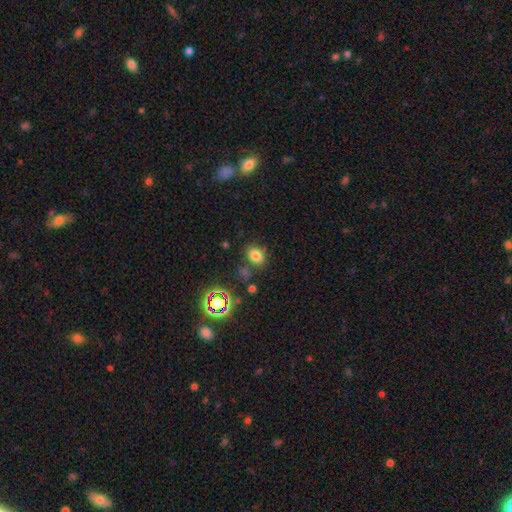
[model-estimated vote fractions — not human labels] Smooth or featured? smooth (74%)
How rounded? in between (62%)
Merging? none (76%)